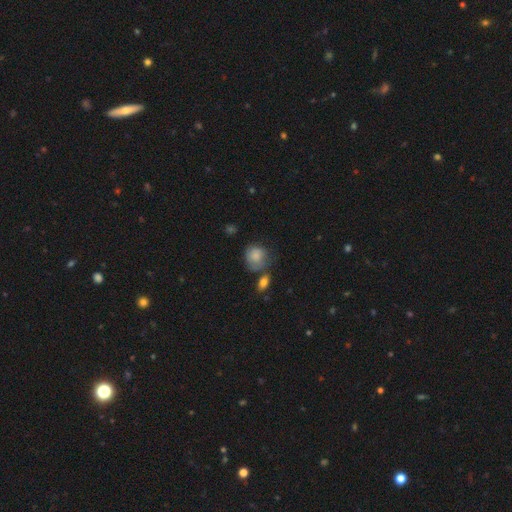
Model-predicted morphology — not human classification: This appears to be a smooth galaxy with no disk features (80%) that is round (73%). Merging: none (48%).